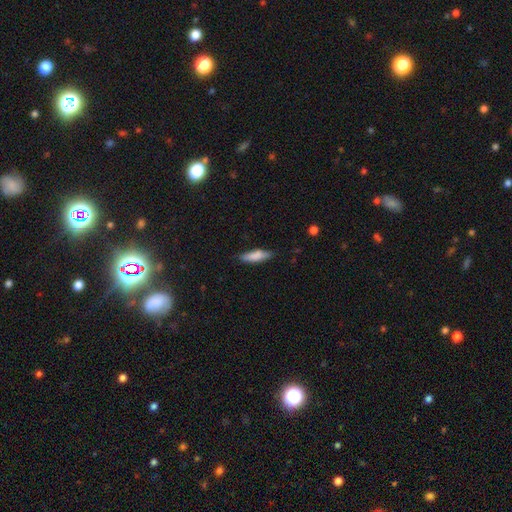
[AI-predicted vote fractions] Smooth or featured? smooth (81%)
How rounded? cigar-shaped (64%)
Merging? none (80%)